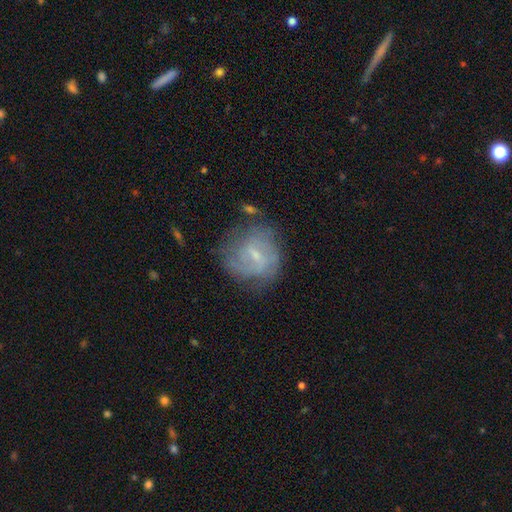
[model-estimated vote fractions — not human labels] Overall: featured or disk (63%; smooth 28%). Edge-on disk: no (97%). Bar: weak (61%; no 24%). Spiral arms: yes (74%). Bulge size: small (61%; moderate 25%). Merging: none (58%; minor disturbance 24%).